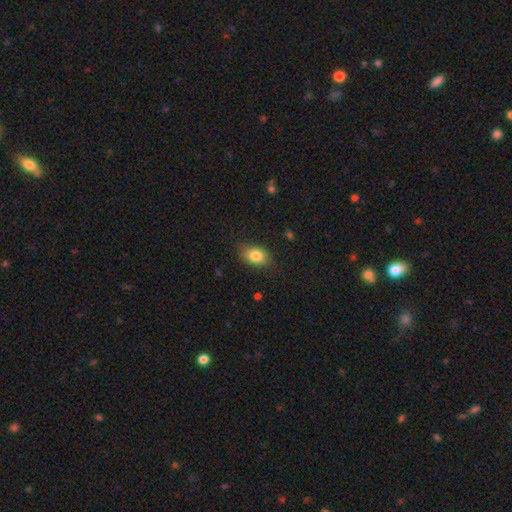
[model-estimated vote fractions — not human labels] The model was most divided on "how rounded": in between: 77%, round: 21%, cigar-shaped: 2%. More confident: smooth or featured — smooth (83%); merging — none (79%).